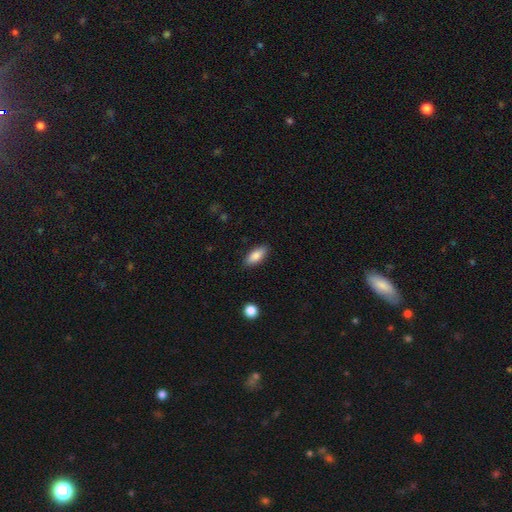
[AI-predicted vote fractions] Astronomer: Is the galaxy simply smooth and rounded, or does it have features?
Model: smooth — 84%.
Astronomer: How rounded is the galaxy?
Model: in between — 82%.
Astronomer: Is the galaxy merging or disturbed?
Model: none — 87%.